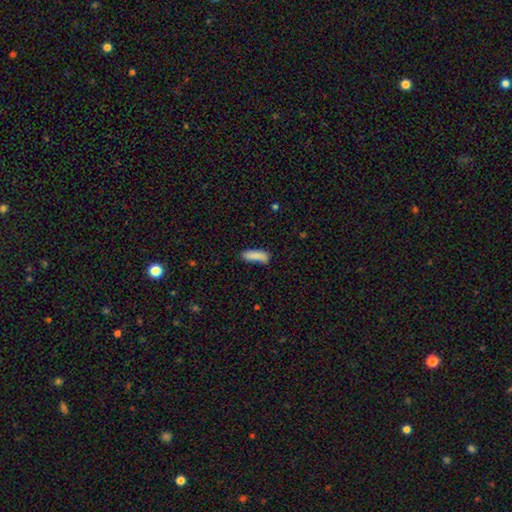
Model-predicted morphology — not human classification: type=smooth (86%); roundness=in between (51%); merging=none (68%).